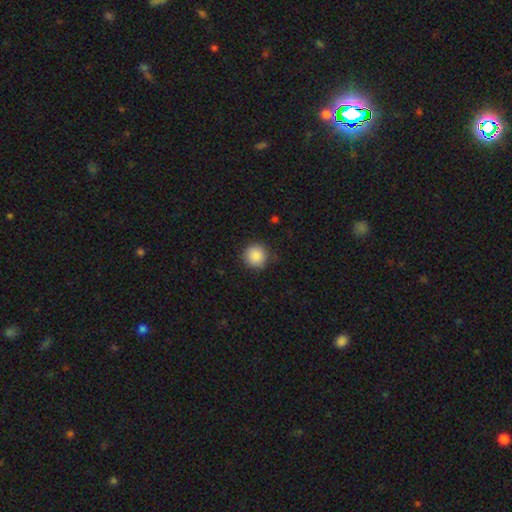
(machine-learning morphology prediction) Smooth or featured?
  - smooth: 88% *
  - star or artifact: 9%
  - featured or disk: 3%
How rounded?
  - round: 95% *
  - in between: 5%
  - cigar-shaped: 1%
Merging?
  - none: 86% *
  - minor disturbance: 10%
  - major disturbance: 3%
  - merger: 1%